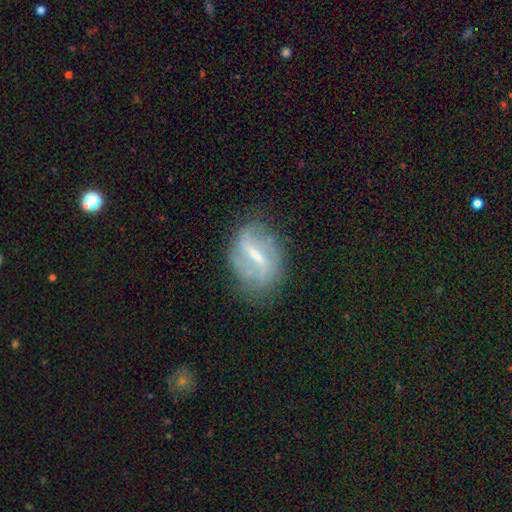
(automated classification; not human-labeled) smooth-or-featured: featured or disk: 72% | smooth: 20% | star or artifact: 8%
  disk-edge-on: no: 93% | yes: 7%
    bar: strong: 59% | weak: 33% | no: 7%
    has-spiral-arms: yes: 69% | no: 31%
    bulge-size: small: 43% | moderate: 30% | none: 23% | large: 3% | dominant: 1%
  merging: none: 62% | minor disturbance: 24% | major disturbance: 12% | merger: 2%